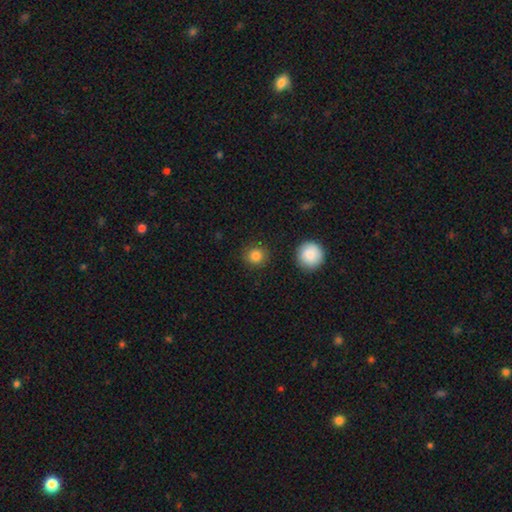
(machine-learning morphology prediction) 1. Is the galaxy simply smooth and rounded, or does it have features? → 85% smooth, 10% star or artifact, 5% featured or disk.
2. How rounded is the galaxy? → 92% round, 7% in between, 1% cigar-shaped.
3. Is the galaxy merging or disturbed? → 88% none, 7% minor disturbance, 3% major disturbance, 2% merger.